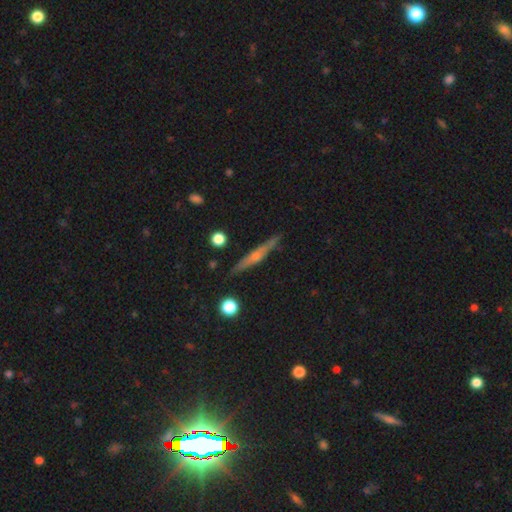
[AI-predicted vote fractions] featured or disk 64%, smooth 27%, star or artifact 9%. Down the decision tree: edge-on disk — yes (96%); edge-on bulge — rounded (69%); merging — none (88%).